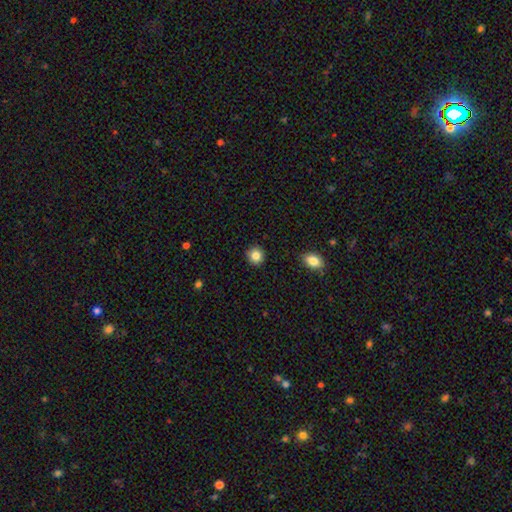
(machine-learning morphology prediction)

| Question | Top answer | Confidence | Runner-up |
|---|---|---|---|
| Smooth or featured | smooth | 85% | star or artifact (10%) |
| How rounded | round | 87% | in between (12%) |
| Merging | none | 89% | minor disturbance (7%) |